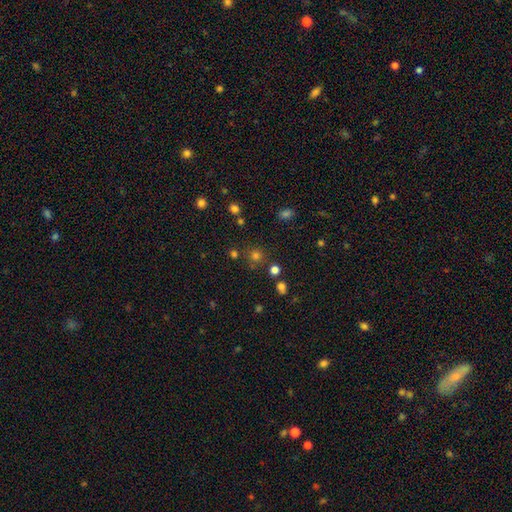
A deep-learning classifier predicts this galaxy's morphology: Smooth or featured? smooth (64%)
How rounded? round (92%)
Merging? none (81%)